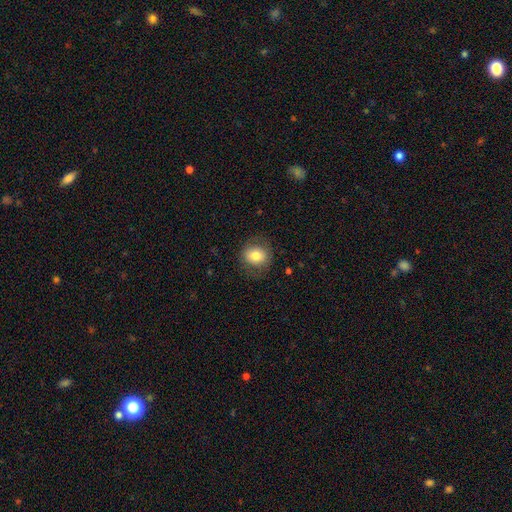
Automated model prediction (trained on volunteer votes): Smooth or featured: smooth — 76% (featured or disk — 15%)
How rounded: round — 74% (in between — 25%)
Merging: none — 80% (minor disturbance — 13%)